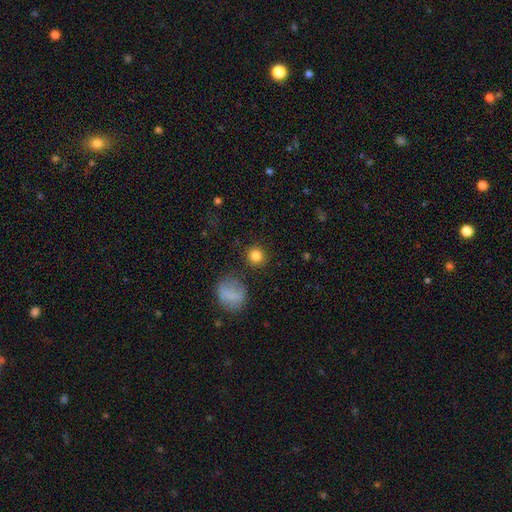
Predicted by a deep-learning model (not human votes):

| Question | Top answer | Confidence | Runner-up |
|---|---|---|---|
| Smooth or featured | smooth | 83% | star or artifact (11%) |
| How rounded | round | 92% | in between (7%) |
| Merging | none | 88% | minor disturbance (7%) |